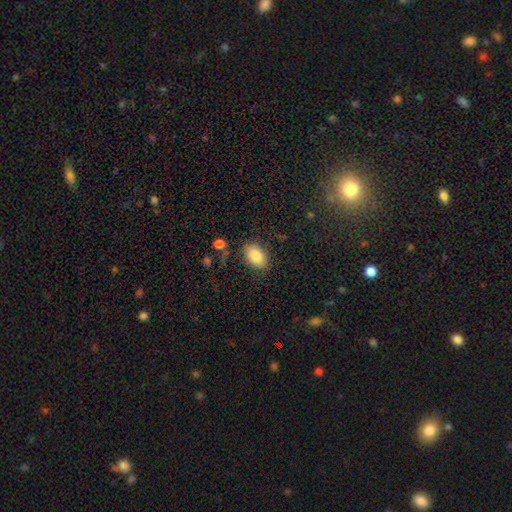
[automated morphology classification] A smooth galaxy with no disk features (83%) that is in between round and cigar-shaped (89%). Merging: none (82%).